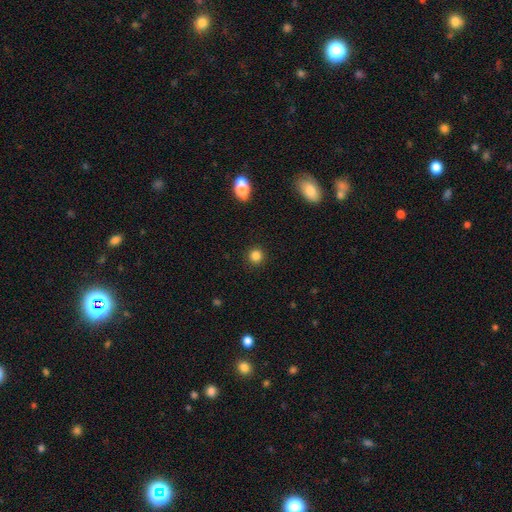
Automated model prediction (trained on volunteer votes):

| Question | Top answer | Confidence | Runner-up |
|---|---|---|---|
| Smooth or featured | smooth | 84% | star or artifact (12%) |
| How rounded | round | 93% | in between (6%) |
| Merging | none | 92% | minor disturbance (5%) |